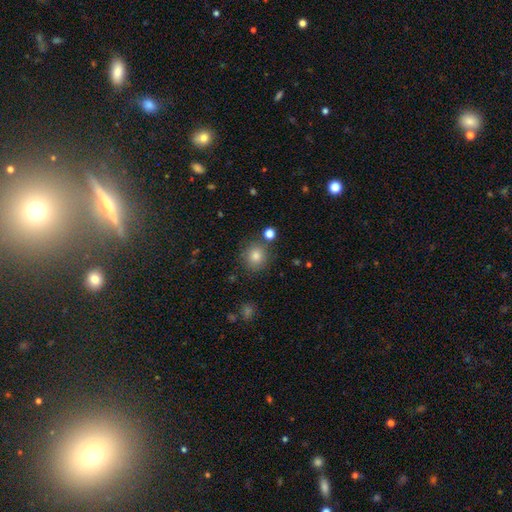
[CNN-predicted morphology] A smooth galaxy with no disk features (79%) that is round (88%).

Vote fractions:
- Smooth or featured? smooth: 79% / star or artifact: 14% / featured or disk: 7%
- How rounded? round: 88% / in between: 11% / cigar-shaped: 1%
- Merging? none: 84% / minor disturbance: 9% / merger: 5% / major disturbance: 3%